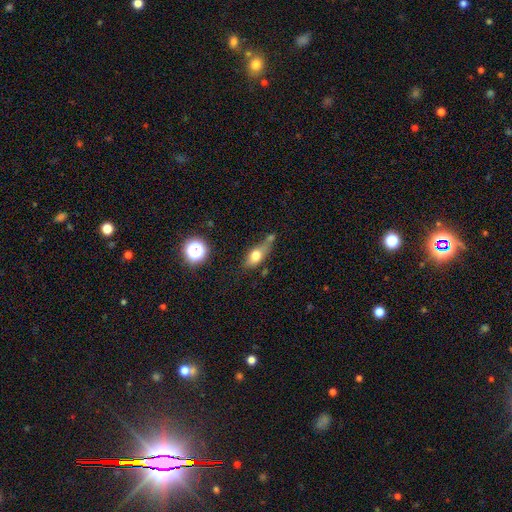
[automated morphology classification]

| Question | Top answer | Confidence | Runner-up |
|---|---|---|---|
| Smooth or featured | smooth | 68% | featured or disk (21%) |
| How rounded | in between | 71% | cigar-shaped (15%) |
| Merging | none | 42% | minor disturbance (24%) |